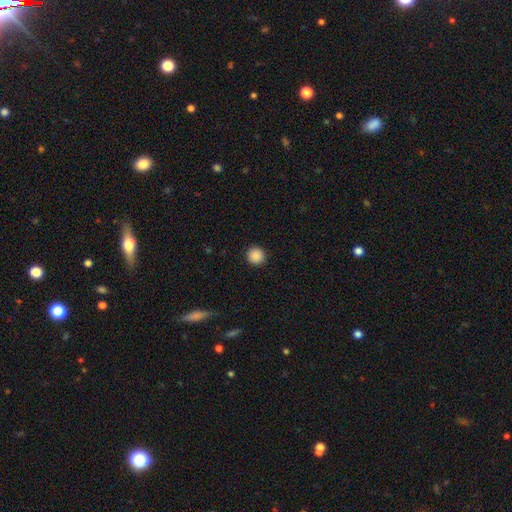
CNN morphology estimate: The model was most divided on "smooth or featured": smooth: 88%, star or artifact: 9%, featured or disk: 2%. More confident: how rounded — round (94%); merging — none (92%).